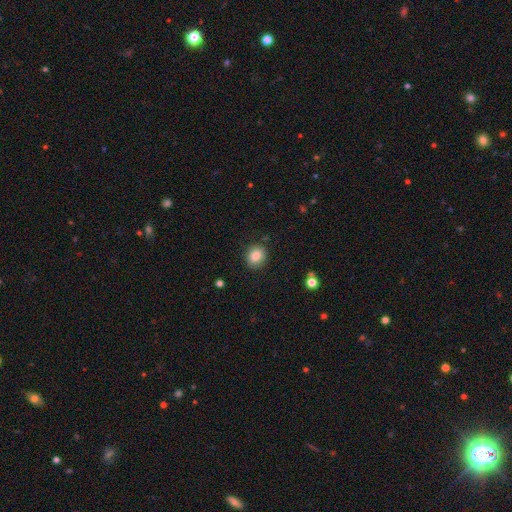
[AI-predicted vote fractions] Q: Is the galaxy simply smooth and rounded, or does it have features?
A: smooth — 83%.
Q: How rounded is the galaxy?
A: round — 64%.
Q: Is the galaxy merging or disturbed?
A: none — 87%.